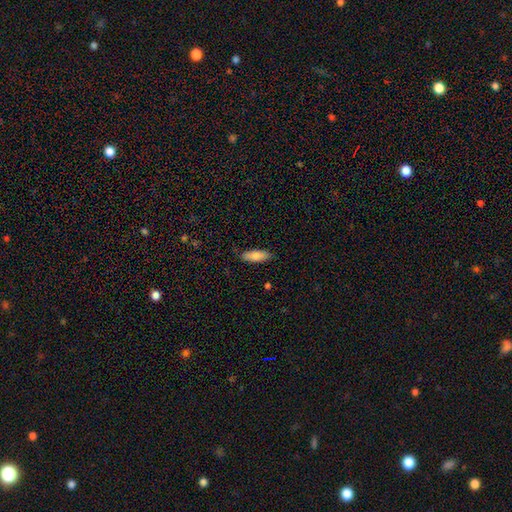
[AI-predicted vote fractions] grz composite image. It shows a smooth galaxy with no disk features (81%) that is in between round and cigar-shaped (62%). Merging: none (85%).